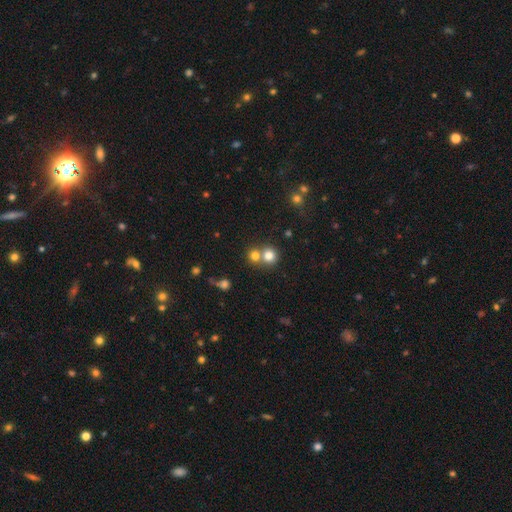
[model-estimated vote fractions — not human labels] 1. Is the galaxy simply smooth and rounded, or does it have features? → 77% smooth, 14% star or artifact, 9% featured or disk.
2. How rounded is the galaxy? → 88% round, 11% in between, 1% cigar-shaped.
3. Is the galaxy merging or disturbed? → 49% none, 42% merger, 6% minor disturbance, 3% major disturbance.